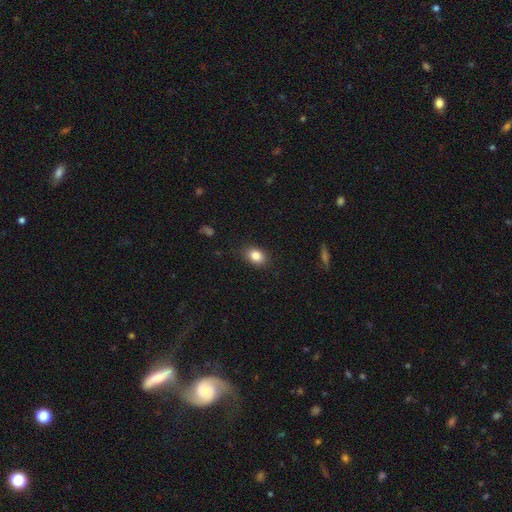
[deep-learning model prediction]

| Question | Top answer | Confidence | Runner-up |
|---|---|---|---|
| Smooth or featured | smooth | 85% | star or artifact (9%) |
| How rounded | in between | 75% | round (23%) |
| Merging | none | 85% | minor disturbance (11%) |